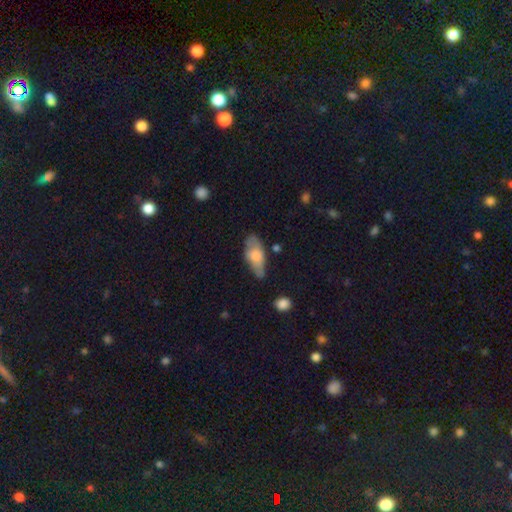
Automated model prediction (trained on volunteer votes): Smooth or featured: smooth — 60% (featured or disk — 34%)
How rounded: in between — 84% (cigar-shaped — 13%)
Merging: none — 57% (minor disturbance — 30%)